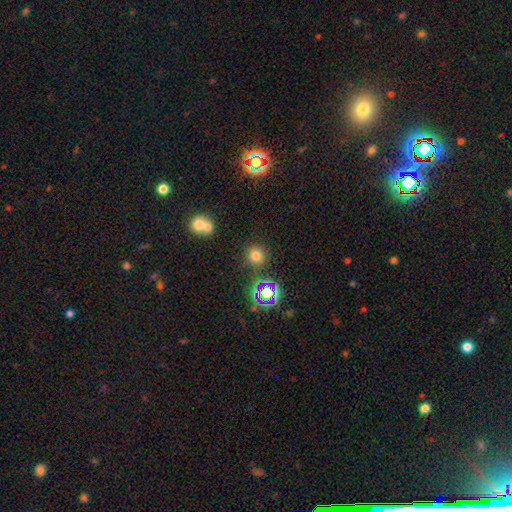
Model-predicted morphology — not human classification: This appears to be a smooth galaxy with no disk features (71%) that is round (90%). Merging: none (82%).